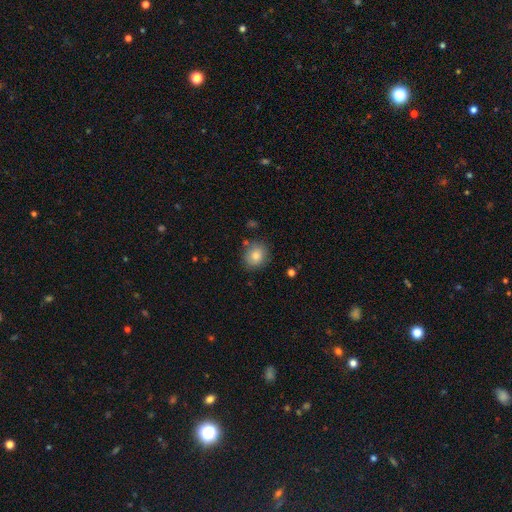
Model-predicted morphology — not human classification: Overall: smooth (81%). How rounded: round (77%). Merging: none (81%).